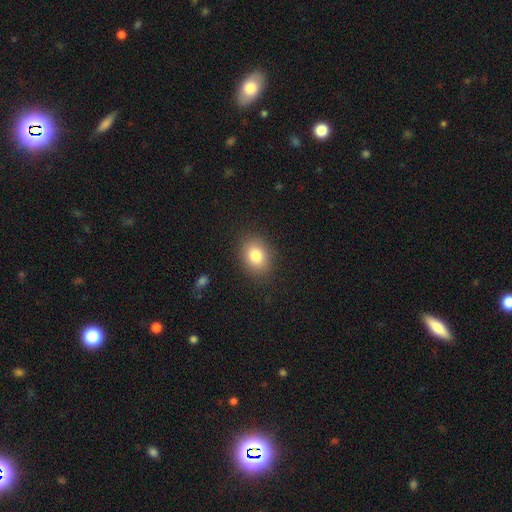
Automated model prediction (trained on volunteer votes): This is clearly a smooth galaxy (82%). How rounded: possibly in between (54%). Merging: clearly none (87%).